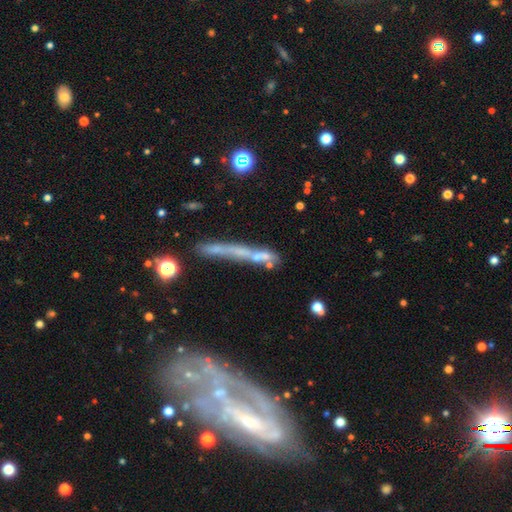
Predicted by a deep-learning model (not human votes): Morphology: type=featured or disk (48%); merging=none (53%).